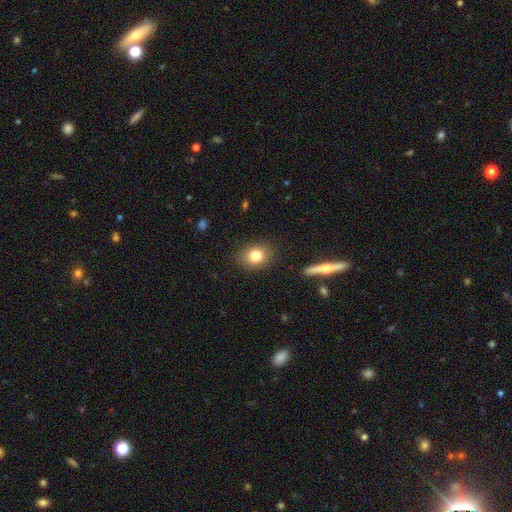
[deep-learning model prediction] A smooth galaxy with no disk features (81%) that is round (50%).

Vote fractions:
- Smooth or featured? smooth: 81% / featured or disk: 10% / star or artifact: 9%
- How rounded? round: 50% / in between: 49% / cigar-shaped: 1%
- Merging? none: 86% / minor disturbance: 9% / major disturbance: 3% / merger: 1%